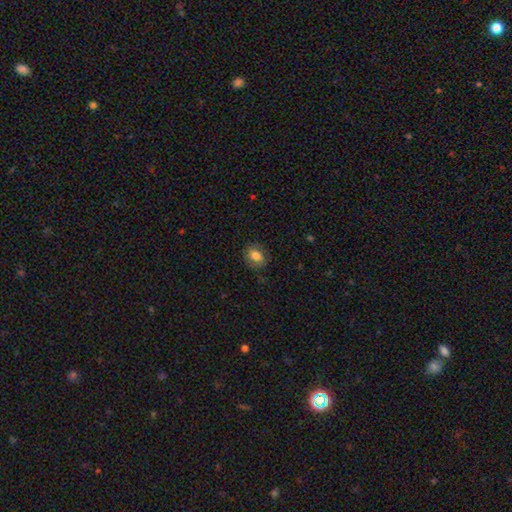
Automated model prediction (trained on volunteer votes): Overall: smooth (76%). How rounded: in between (61%; round 38%). Merging: none (80%).